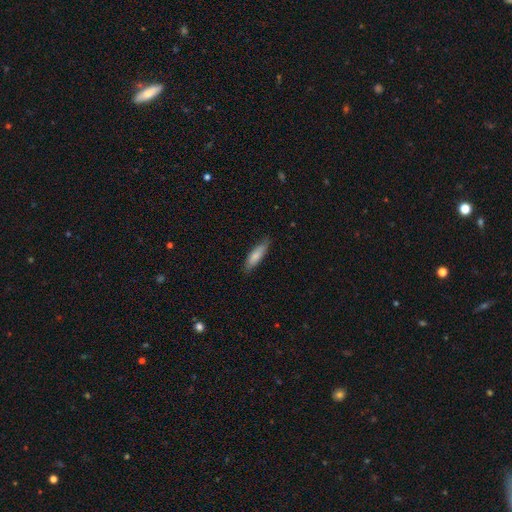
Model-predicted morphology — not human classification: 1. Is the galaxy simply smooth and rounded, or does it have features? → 79% smooth, 16% featured or disk, 5% star or artifact.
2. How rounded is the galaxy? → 63% cigar-shaped, 36% in between, 1% round.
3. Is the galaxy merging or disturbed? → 78% none, 18% minor disturbance, 3% major disturbance, 1% merger.